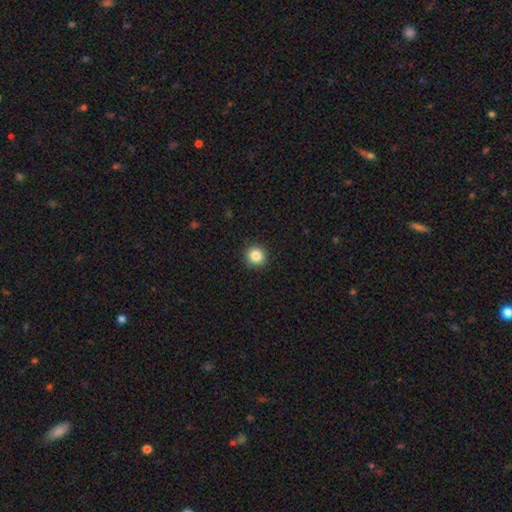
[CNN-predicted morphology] Smooth or featured: smooth — 84% (star or artifact — 10%)
How rounded: round — 92% (in between — 7%)
Merging: none — 92% (minor disturbance — 6%)